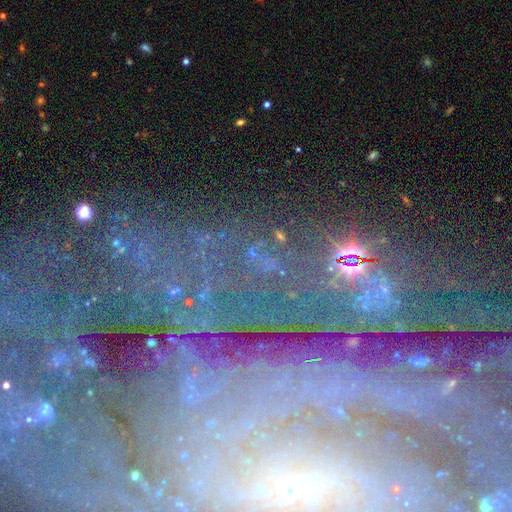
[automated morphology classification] Smooth or featured: star or artifact — 70% (featured or disk — 18%)